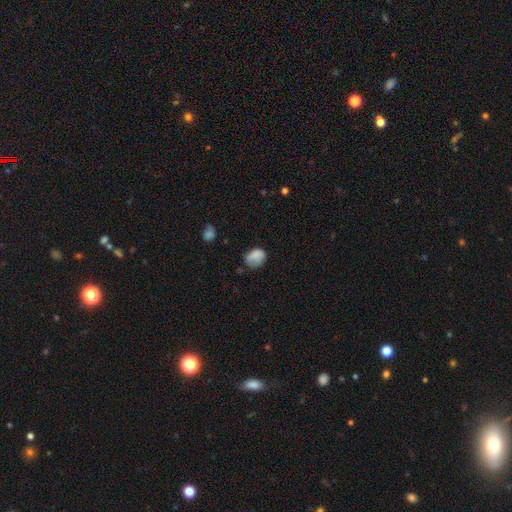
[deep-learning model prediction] Smooth or featured?
  - smooth: 78% *
  - featured or disk: 13%
  - star or artifact: 10%
How rounded?
  - in between: 60% *
  - round: 39%
  - cigar-shaped: 1%
Merging?
  - none: 47% *
  - minor disturbance: 34%
  - major disturbance: 15%
  - merger: 4%